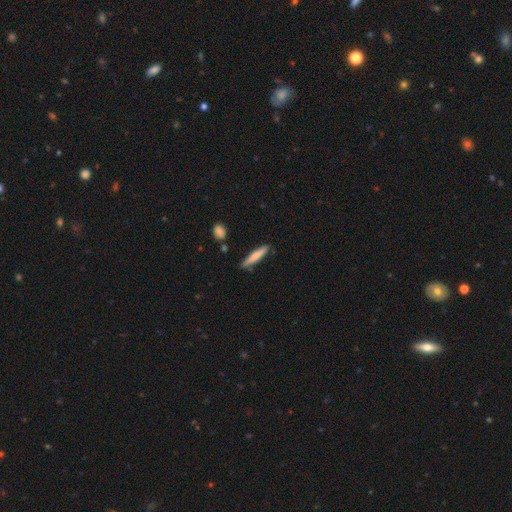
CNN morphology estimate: Smooth or featured: smooth — 72% (featured or disk — 22%)
How rounded: cigar-shaped — 91% (in between — 8%)
Merging: none — 83% (minor disturbance — 12%)